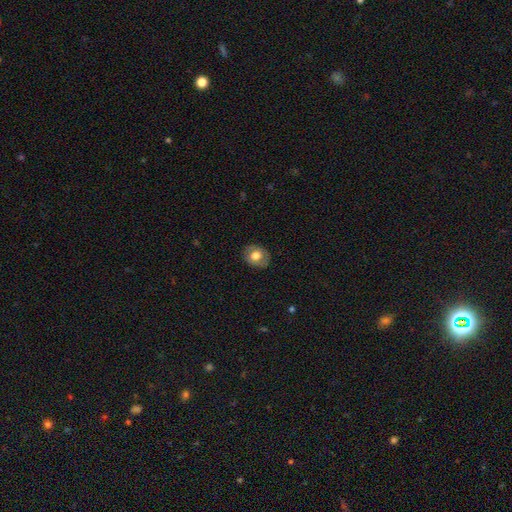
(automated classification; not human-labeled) Overall: smooth (66%; featured or disk 26%). How rounded: round (53%; in between 46%). Merging: none (83%).